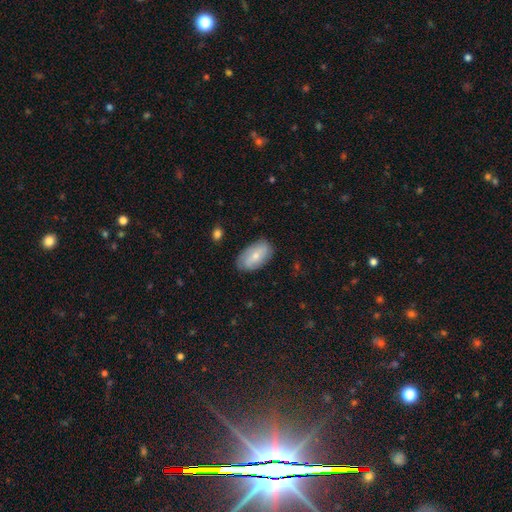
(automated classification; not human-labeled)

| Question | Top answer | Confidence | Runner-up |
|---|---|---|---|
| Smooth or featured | smooth | 60% | featured or disk (34%) |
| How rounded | in between | 93% | round (4%) |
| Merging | none | 79% | minor disturbance (16%) |